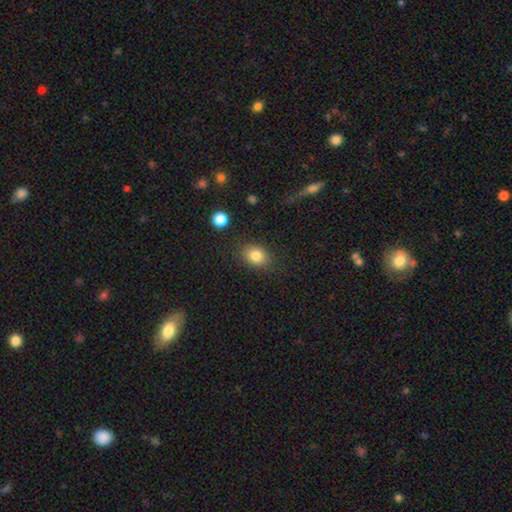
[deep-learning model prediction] smooth-or-featured: smooth: 83% | star or artifact: 10% | featured or disk: 7%
  how-rounded: in between: 58% | round: 41% | cigar-shaped: 1%
  merging: none: 83% | minor disturbance: 12% | major disturbance: 4% | merger: 2%